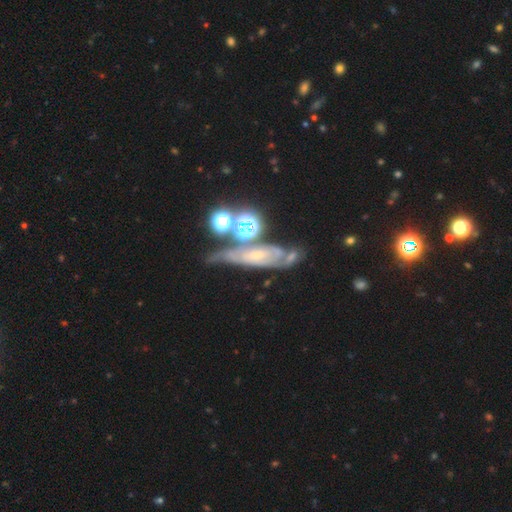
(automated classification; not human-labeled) Overall: featured or disk (62%). Edge-on disk: no (70%; yes 30%). Merging: none (44%; minor disturbance 22%).